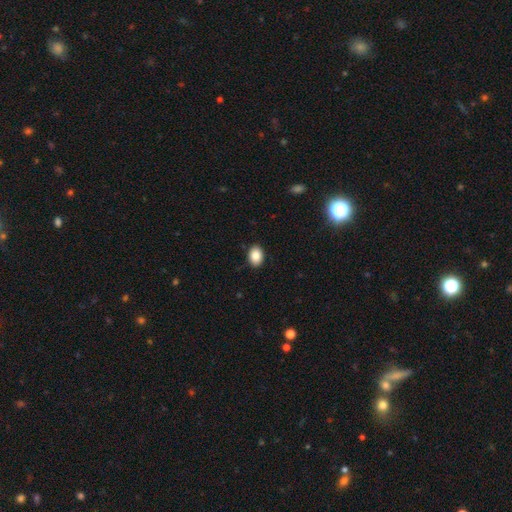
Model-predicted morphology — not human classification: The model was most divided on "how rounded": in between: 76%, round: 23%, cigar-shaped: 1%. More confident: merging — none (90%); smooth or featured — smooth (87%).